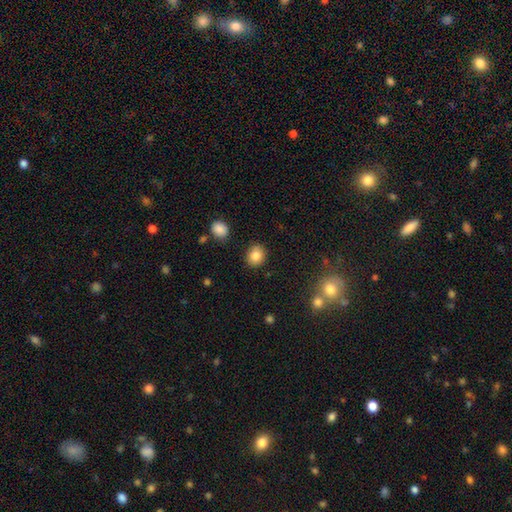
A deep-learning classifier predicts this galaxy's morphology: Smooth or featured? Predicted: smooth (p=0.83). How rounded? Predicted: round (p=0.68). Merging? Predicted: none (p=0.87).